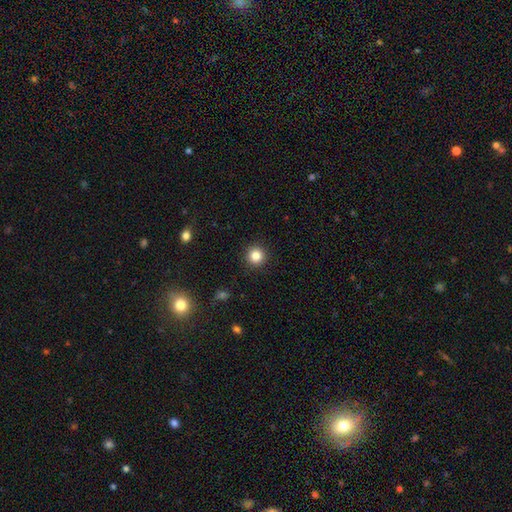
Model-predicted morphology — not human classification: Smooth or featured?
  - smooth: 84% *
  - star or artifact: 11%
  - featured or disk: 5%
How rounded?
  - round: 95% *
  - in between: 4%
  - cigar-shaped: 1%
Merging?
  - none: 93% *
  - minor disturbance: 5%
  - major disturbance: 2%
  - merger: 1%